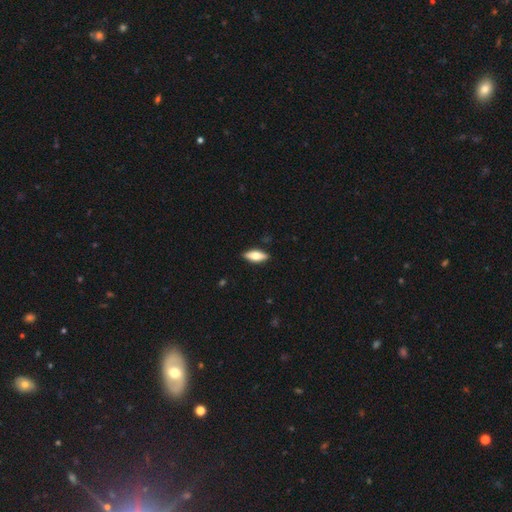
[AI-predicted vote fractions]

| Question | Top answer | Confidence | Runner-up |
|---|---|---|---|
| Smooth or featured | smooth | 65% | featured or disk (28%) |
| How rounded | in between | 75% | cigar-shaped (22%) |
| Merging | none | 88% | minor disturbance (9%) |